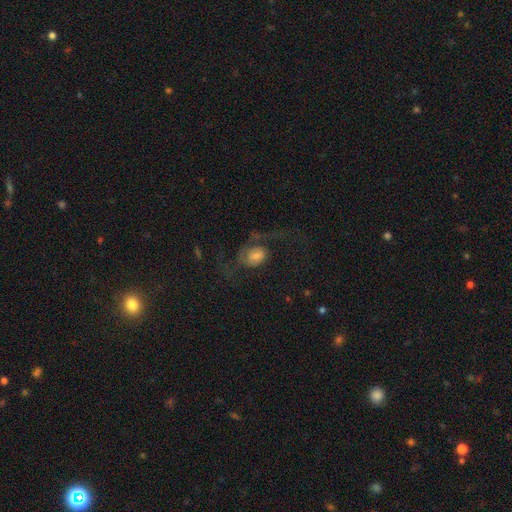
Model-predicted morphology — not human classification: Smooth or featured? featured or disk (56%)
Edge-on disk? no (96%)
Bar? no (64%)
Spiral arms? yes (75%)
Bulge size? moderate (40%)
Merging? major disturbance (48%)